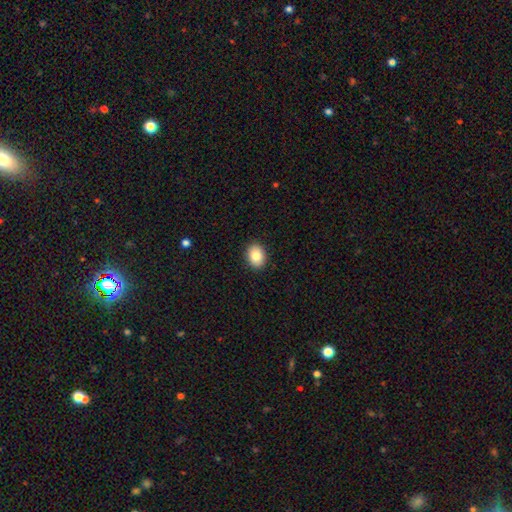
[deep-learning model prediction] Smooth or featured?
  - smooth: 84% *
  - star or artifact: 8%
  - featured or disk: 8%
How rounded?
  - in between: 64% *
  - round: 35%
  - cigar-shaped: 1%
Merging?
  - none: 91% *
  - minor disturbance: 7%
  - major disturbance: 2%
  - merger: 1%